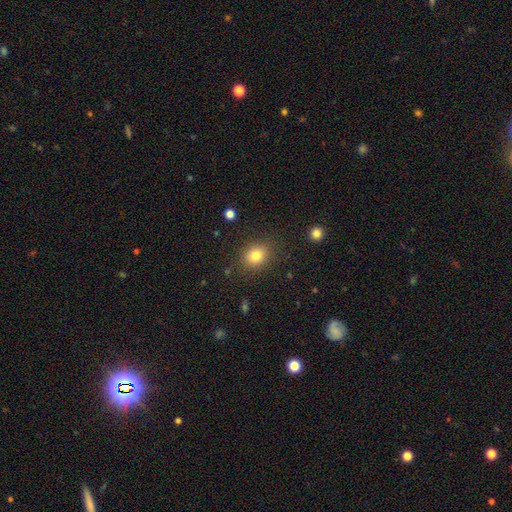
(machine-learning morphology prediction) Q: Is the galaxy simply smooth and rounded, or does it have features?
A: smooth — 80%.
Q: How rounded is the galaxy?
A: round — 59%.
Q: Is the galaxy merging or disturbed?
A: none — 85%.